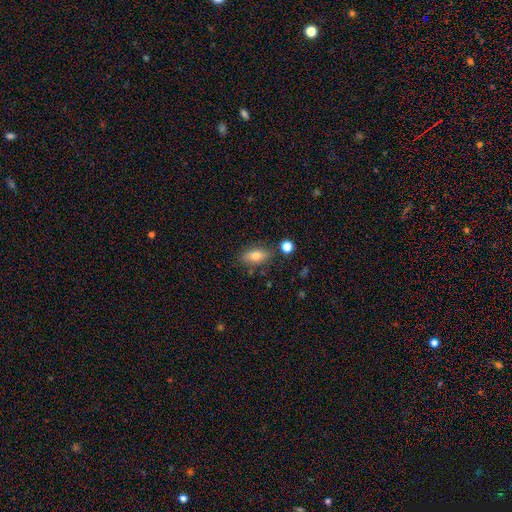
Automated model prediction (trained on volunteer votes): This appears to be a smooth galaxy with no disk features (75%) that is in between round and cigar-shaped (82%). Merging: none (79%).